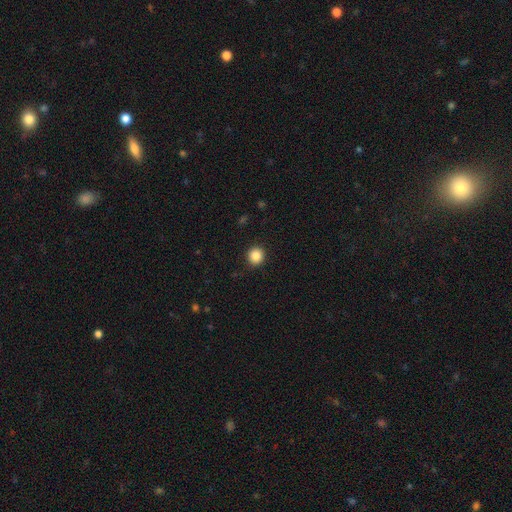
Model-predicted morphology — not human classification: type=smooth (86%); roundness=round (91%); merging=none (91%).